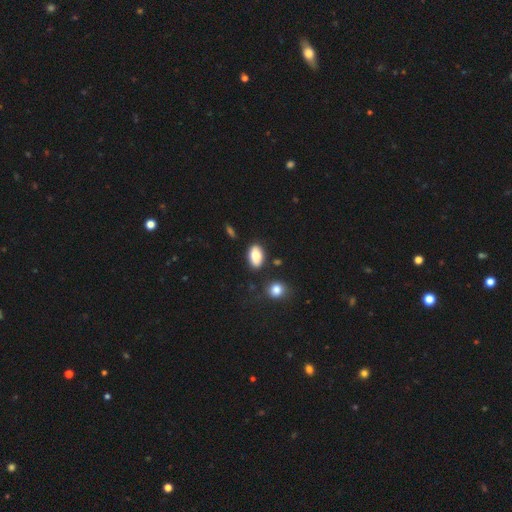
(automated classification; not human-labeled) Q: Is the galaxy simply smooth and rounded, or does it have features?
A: smooth — 84%.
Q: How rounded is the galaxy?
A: in between — 91%.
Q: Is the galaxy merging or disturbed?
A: none — 82%.